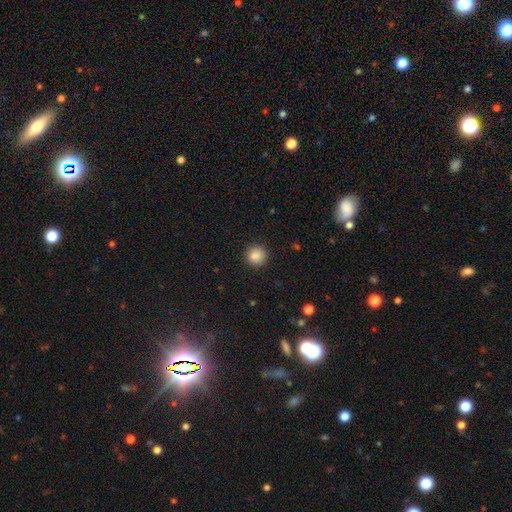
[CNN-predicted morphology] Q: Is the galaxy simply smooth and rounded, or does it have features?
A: smooth — 87%.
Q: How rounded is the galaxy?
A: round — 94%.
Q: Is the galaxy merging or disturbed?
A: none — 91%.